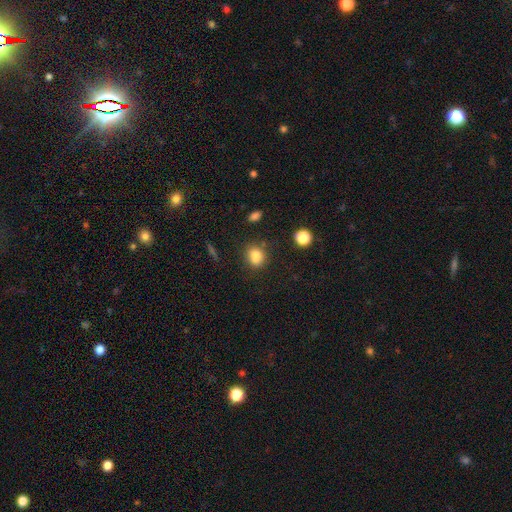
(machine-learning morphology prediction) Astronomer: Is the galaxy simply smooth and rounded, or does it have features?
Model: smooth — 79%.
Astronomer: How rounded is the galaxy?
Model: round — 54% (runner-up: in between, 44%).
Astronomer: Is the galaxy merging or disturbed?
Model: none — 63%.